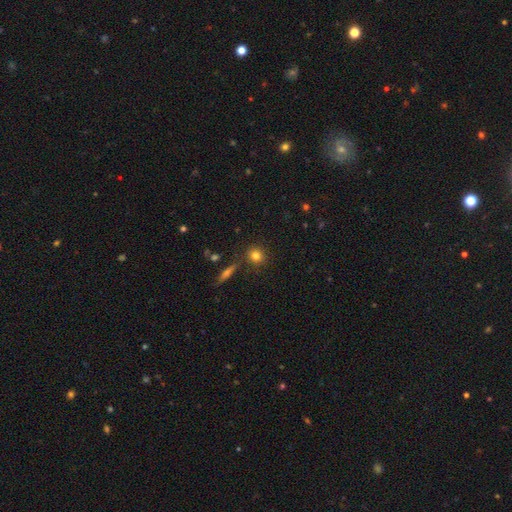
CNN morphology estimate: Smooth or featured?
  - smooth: 79% *
  - star or artifact: 12%
  - featured or disk: 9%
How rounded?
  - round: 88% *
  - in between: 10%
  - cigar-shaped: 2%
Merging?
  - none: 85% *
  - minor disturbance: 8%
  - merger: 4%
  - major disturbance: 2%